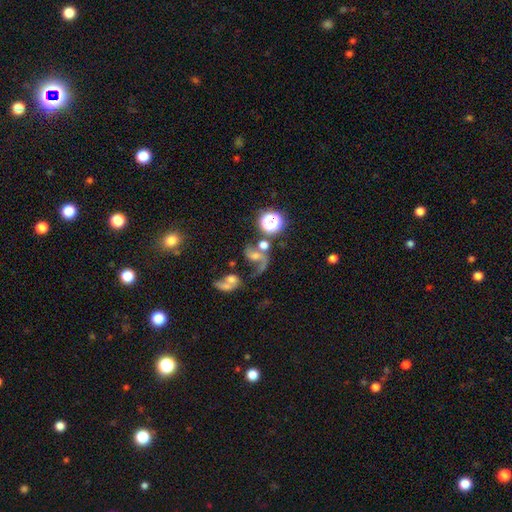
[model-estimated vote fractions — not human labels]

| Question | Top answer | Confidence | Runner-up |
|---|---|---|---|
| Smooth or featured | featured or disk | 63% | star or artifact (21%) |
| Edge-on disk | no | 97% | yes (3%) |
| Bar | no | 52% | weak (34%) |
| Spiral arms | yes | 87% | no (13%) |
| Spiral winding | loose | 65% | medium (28%) |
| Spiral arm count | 2 | 68% | 1 (25%) |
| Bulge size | moderate | 41% | small (32%) |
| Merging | merger | 34% | none (33%) |